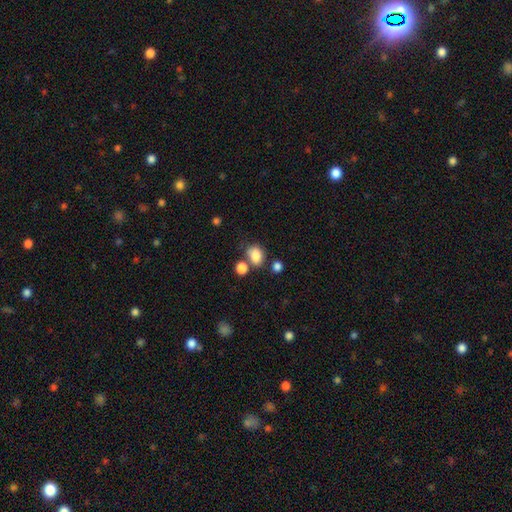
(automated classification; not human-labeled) smooth 82%, star or artifact 10%, featured or disk 7%. Down the decision tree: how rounded — in between (65%); merging — none (54%).